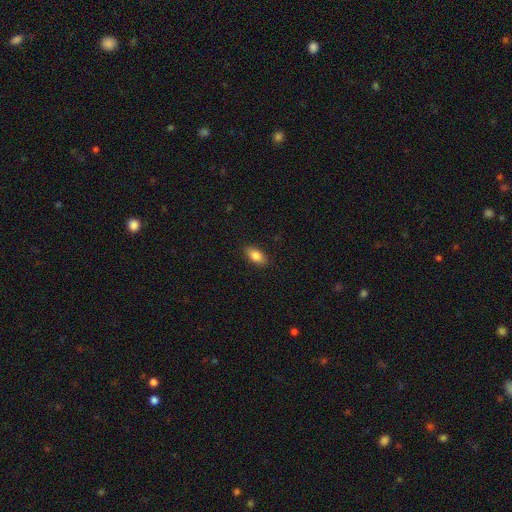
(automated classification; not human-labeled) Smooth or featured? Predicted: smooth (p=0.84). How rounded? Predicted: in between (p=0.90). Merging? Predicted: none (p=0.87).